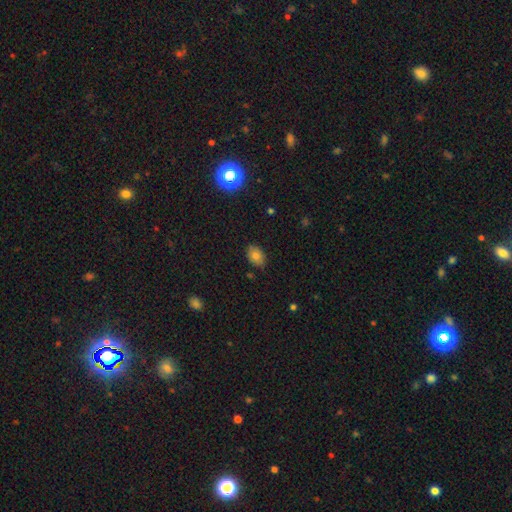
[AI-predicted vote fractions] smooth 77%, star or artifact 12%, featured or disk 12%. Down the decision tree: how rounded — in between (81%); merging — none (82%).